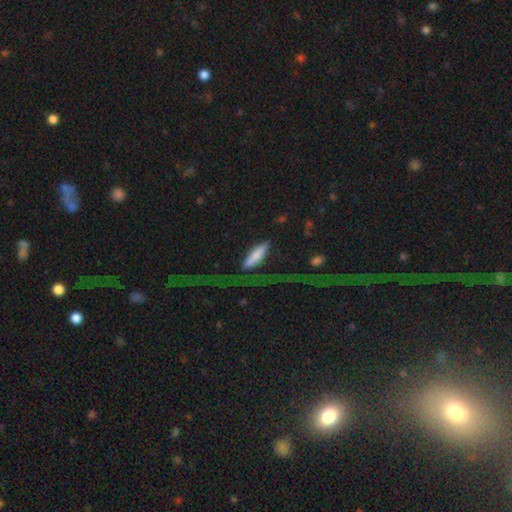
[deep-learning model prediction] This is likely a smooth galaxy (69%). How rounded: likely cigar-shaped (62%). Merging: marginally none (45%).